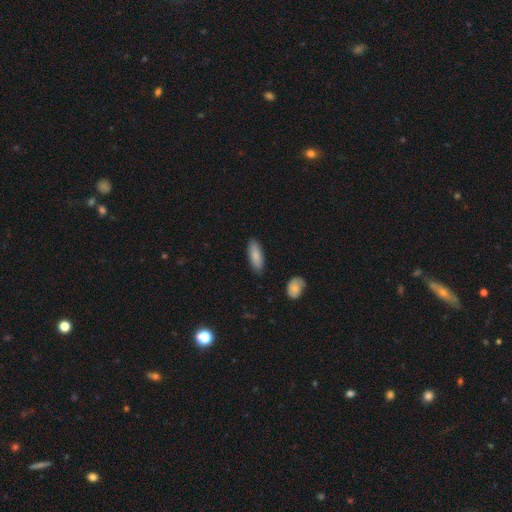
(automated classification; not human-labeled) smooth 83%, featured or disk 11%, star or artifact 6%. Down the decision tree: how rounded — in between (63%); merging — none (85%).